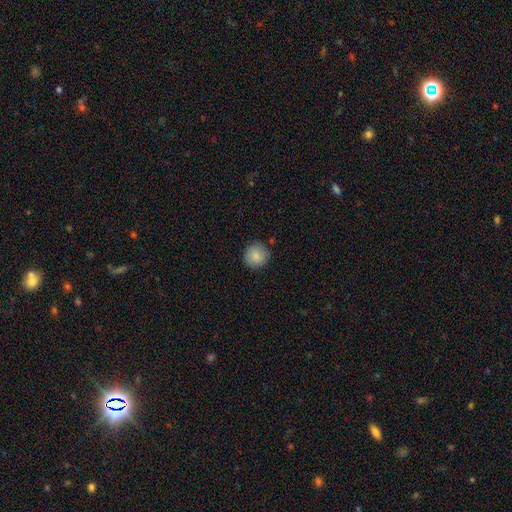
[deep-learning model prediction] Smooth or featured? Predicted: smooth (p=0.86). How rounded? Predicted: round (p=0.93). Merging? Predicted: none (p=0.87).